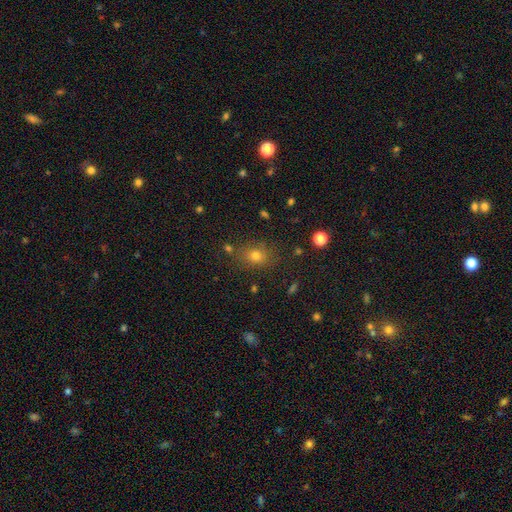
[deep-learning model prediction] smooth_or_featured: smooth (p=0.70) [alt: star or artifact p=0.21]
how_rounded: round (p=0.60) [alt: in between p=0.39]
merging: none (p=0.80) [alt: minor disturbance p=0.11]